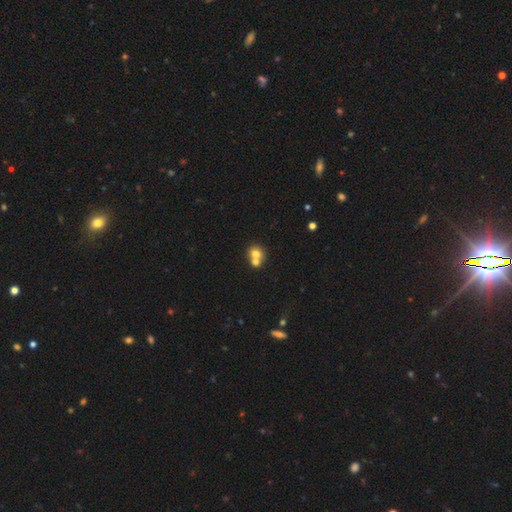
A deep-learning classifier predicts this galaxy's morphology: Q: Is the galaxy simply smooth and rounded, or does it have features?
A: smooth — 72%.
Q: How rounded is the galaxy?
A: round — 79%.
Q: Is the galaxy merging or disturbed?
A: merger — 55%.